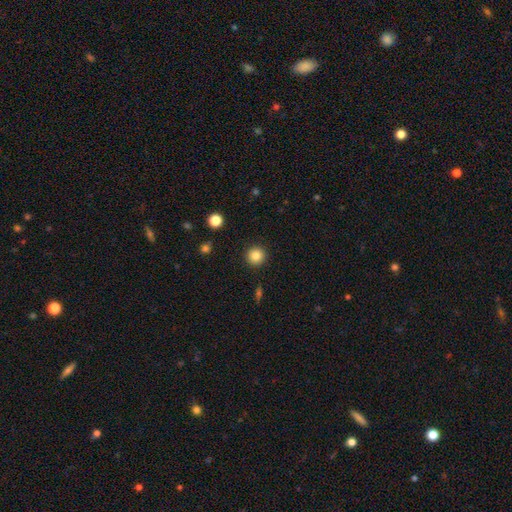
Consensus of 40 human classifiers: Smooth or featured? smooth (90%)
How rounded? round (100%)
Merging? none (97%)